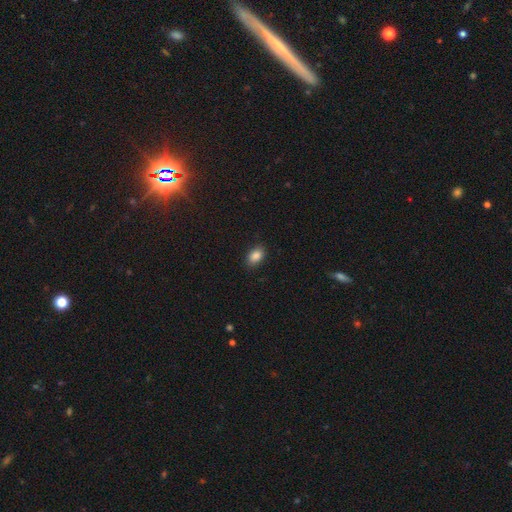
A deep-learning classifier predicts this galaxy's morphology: A smooth galaxy with no disk features (87%) that is in between round and cigar-shaped (86%). Merging: none (87%).